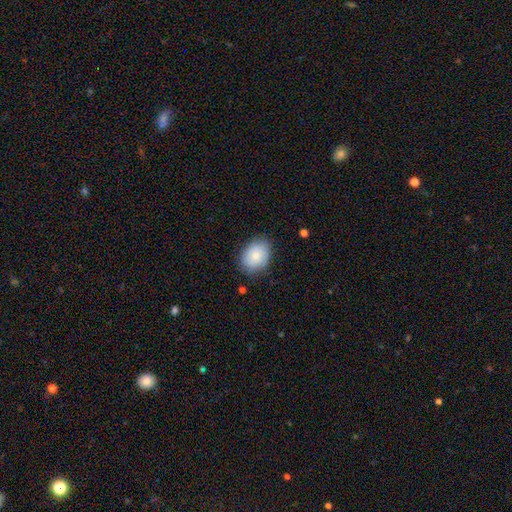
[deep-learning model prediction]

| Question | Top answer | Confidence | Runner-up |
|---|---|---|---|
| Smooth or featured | smooth | 82% | featured or disk (11%) |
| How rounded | in between | 70% | round (29%) |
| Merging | none | 80% | minor disturbance (16%) |